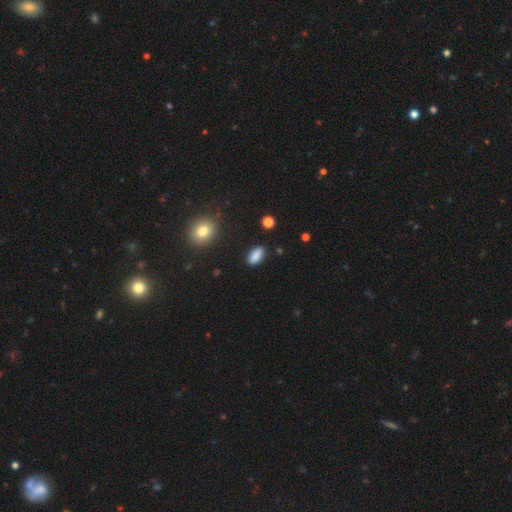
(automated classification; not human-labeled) Smooth or featured? smooth (87%)
How rounded? in between (87%)
Merging? none (86%)